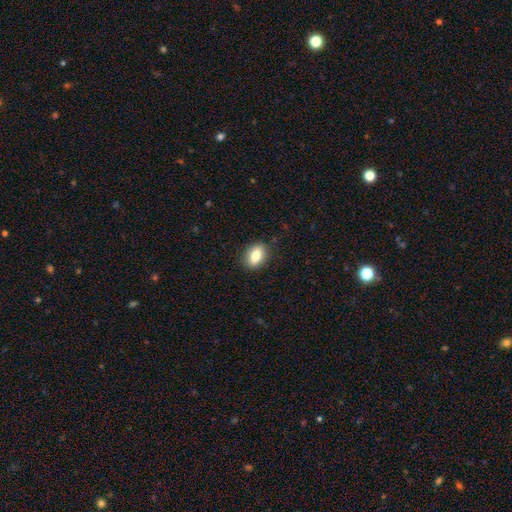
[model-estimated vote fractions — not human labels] A smooth galaxy with no disk features (82%) that is in between round and cigar-shaped (83%).

Vote fractions:
- Smooth or featured? smooth: 82% / featured or disk: 10% / star or artifact: 8%
- How rounded? in between: 83% / round: 15% / cigar-shaped: 3%
- Merging? none: 87% / minor disturbance: 10% / major disturbance: 2% / merger: 1%